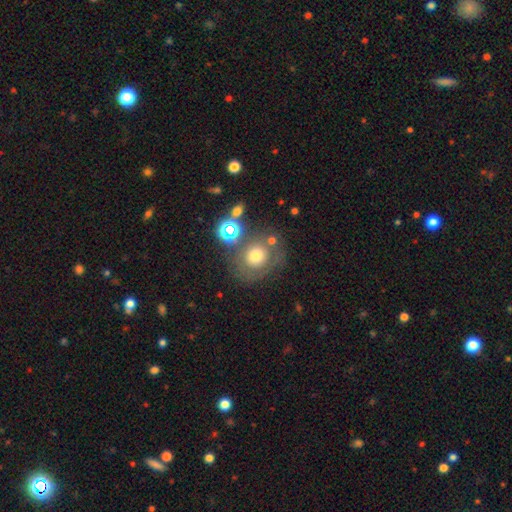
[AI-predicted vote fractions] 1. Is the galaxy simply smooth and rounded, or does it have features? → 64% smooth, 21% featured or disk, 16% star or artifact.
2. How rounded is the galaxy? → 75% round, 24% in between, 1% cigar-shaped.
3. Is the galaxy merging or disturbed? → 63% none, 15% minor disturbance, 12% merger, 9% major disturbance.